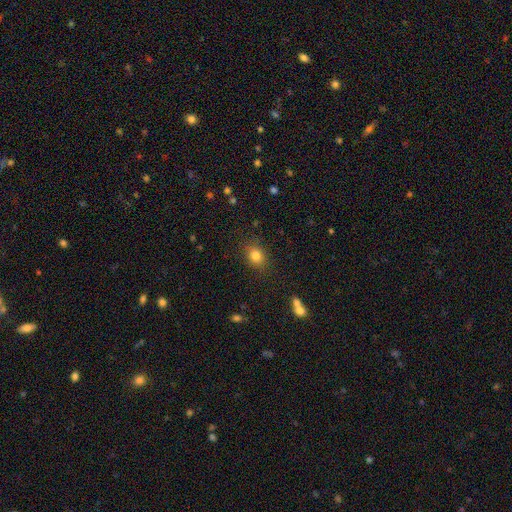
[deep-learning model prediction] A smooth galaxy with no disk features (81%) that is round (56%). Merging: none (85%).